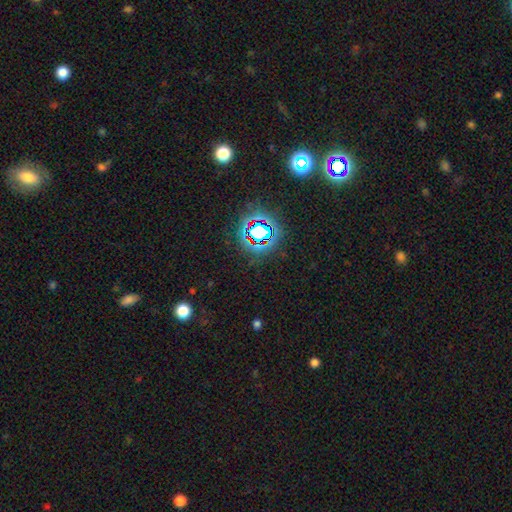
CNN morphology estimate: Smooth or featured: star or artifact — 80% (smooth — 13%)